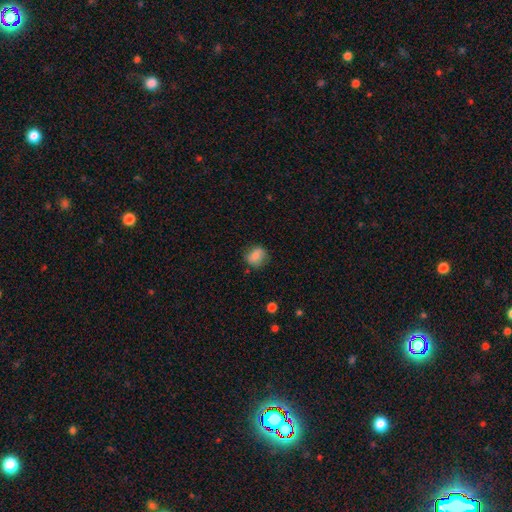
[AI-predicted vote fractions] Smooth or featured? smooth (80%)
How rounded? round (66%)
Merging? none (74%)